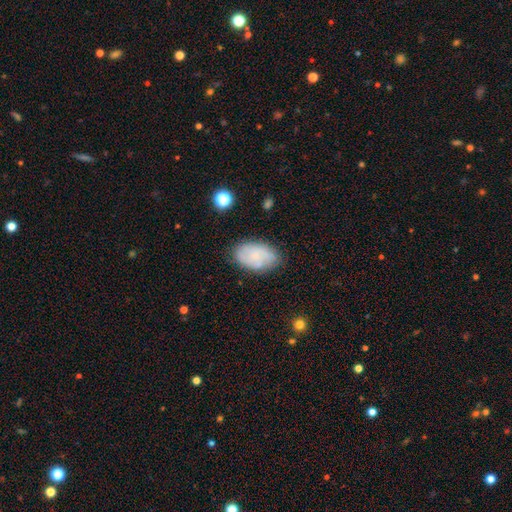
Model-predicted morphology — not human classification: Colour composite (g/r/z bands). It shows a smooth galaxy with no disk features (60%) that is in between round and cigar-shaped (92%). Merging: none (75%).